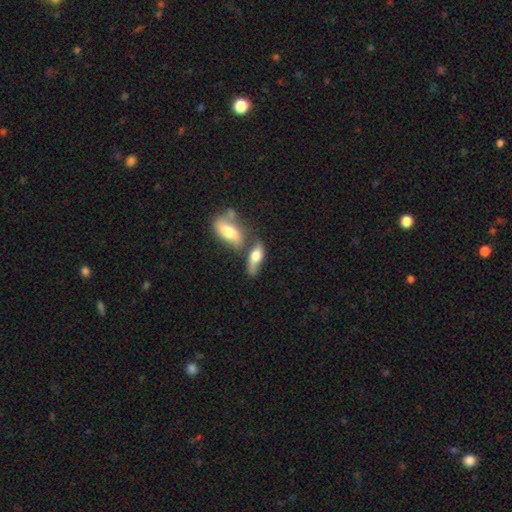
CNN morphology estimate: This appears to be a smooth galaxy with no disk features (59%) that is in between round and cigar-shaped (76%). Merging: merger (46%).